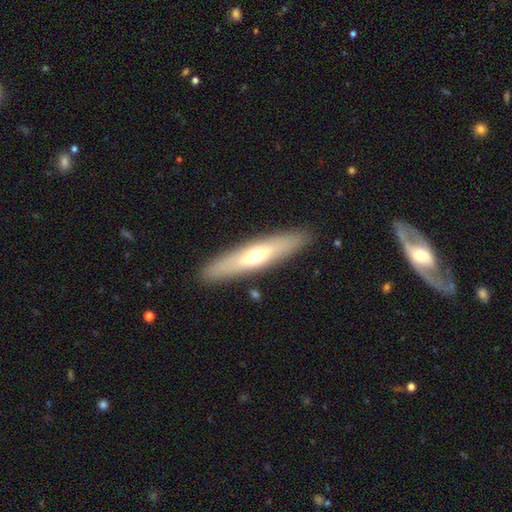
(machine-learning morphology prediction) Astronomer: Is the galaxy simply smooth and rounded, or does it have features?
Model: smooth — 48% (runner-up: featured or disk, 46%).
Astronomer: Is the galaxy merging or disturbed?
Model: none — 89%.